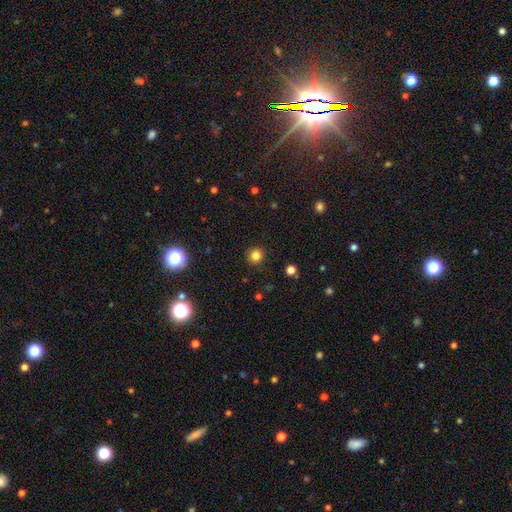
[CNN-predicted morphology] smooth_or_featured: smooth (p=0.81) [alt: star or artifact p=0.14]
how_rounded: round (p=0.95) [alt: in between p=0.04]
merging: none (p=0.91) [alt: minor disturbance p=0.06]